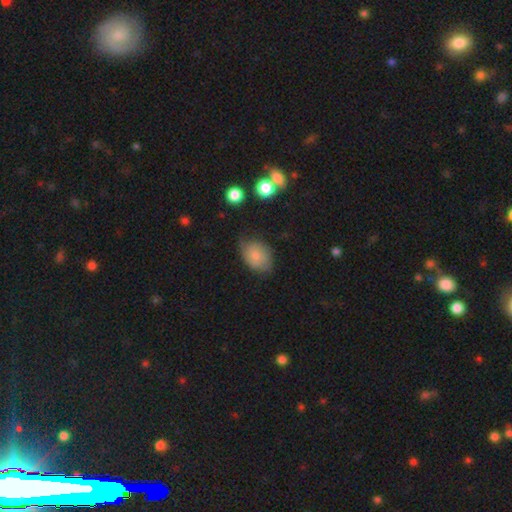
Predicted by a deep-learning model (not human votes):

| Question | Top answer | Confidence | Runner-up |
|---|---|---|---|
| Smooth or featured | smooth | 69% | featured or disk (22%) |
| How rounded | in between | 75% | round (23%) |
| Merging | none | 60% | minor disturbance (31%) |